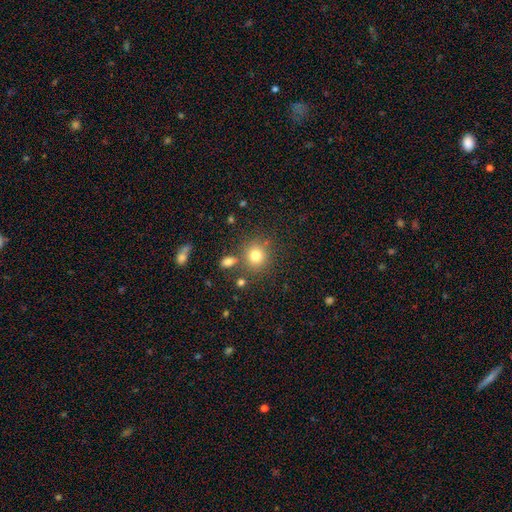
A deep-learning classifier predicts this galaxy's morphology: smooth-or-featured: smooth: 78% | star or artifact: 13% | featured or disk: 9%
  how-rounded: round: 87% | in between: 12% | cigar-shaped: 1%
  merging: none: 76% | merger: 10% | minor disturbance: 10% | major disturbance: 4%